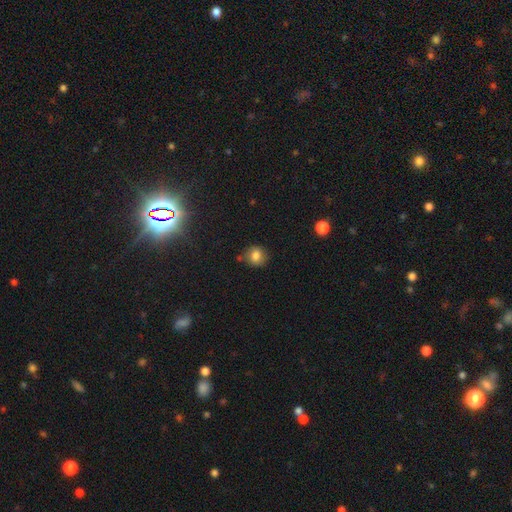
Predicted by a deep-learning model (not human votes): smooth_or_featured: smooth (p=0.80) [alt: star or artifact p=0.11]
how_rounded: round (p=0.80) [alt: in between p=0.19]
merging: none (p=0.78) [alt: minor disturbance p=0.14]